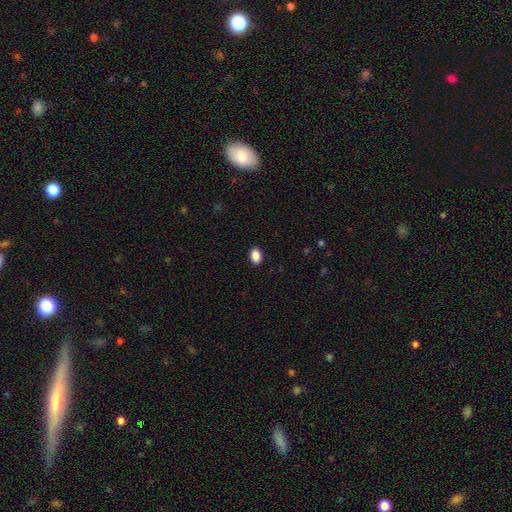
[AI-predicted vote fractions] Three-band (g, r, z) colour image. It shows a smooth galaxy with no disk features (89%) that is in between round and cigar-shaped (80%). Merging: none (90%).